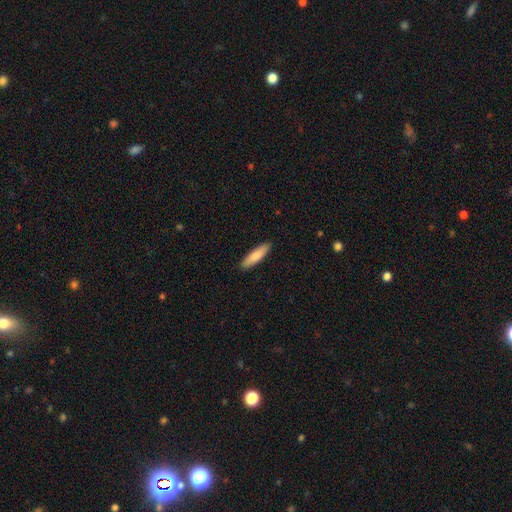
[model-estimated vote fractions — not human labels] Morphology: type=smooth (80%); roundness=cigar-shaped (72%); merging=none (91%).